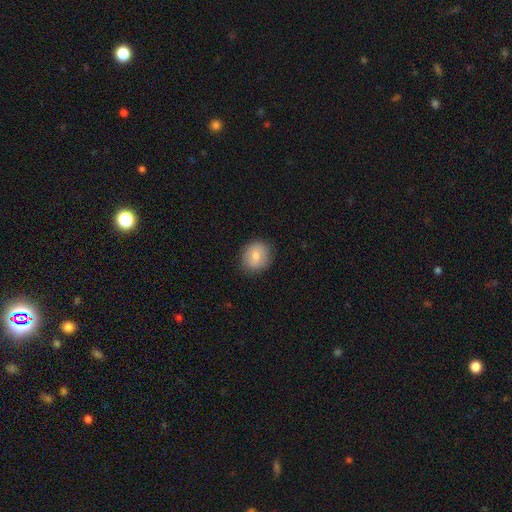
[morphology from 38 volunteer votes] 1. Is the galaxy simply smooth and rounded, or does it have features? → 82% smooth, 16% featured or disk, 3% star or artifact.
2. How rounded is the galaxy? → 81% round, 19% in between, 0% cigar-shaped.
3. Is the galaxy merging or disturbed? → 86% none, 11% minor disturbance, 3% major disturbance, 0% merger.